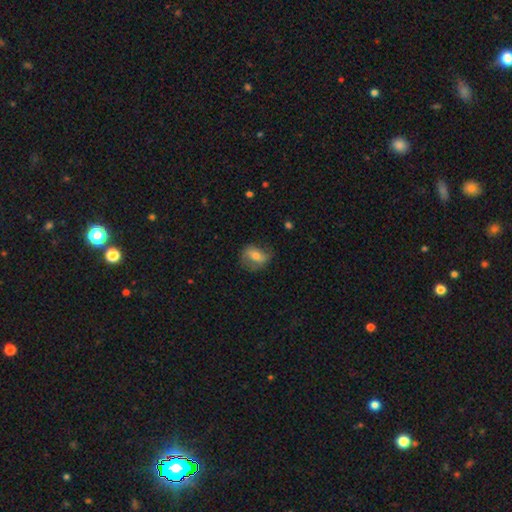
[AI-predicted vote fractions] Overall: smooth (53%; featured or disk 38%). How rounded: in between (64%; round 33%). Merging: none (64%; minor disturbance 24%).